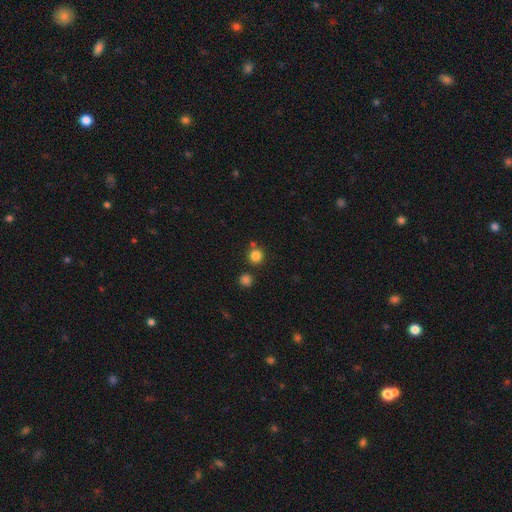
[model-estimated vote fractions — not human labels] Smooth or featured? Predicted: smooth (p=0.83). How rounded? Predicted: round (p=0.93). Merging? Predicted: none (p=0.78).